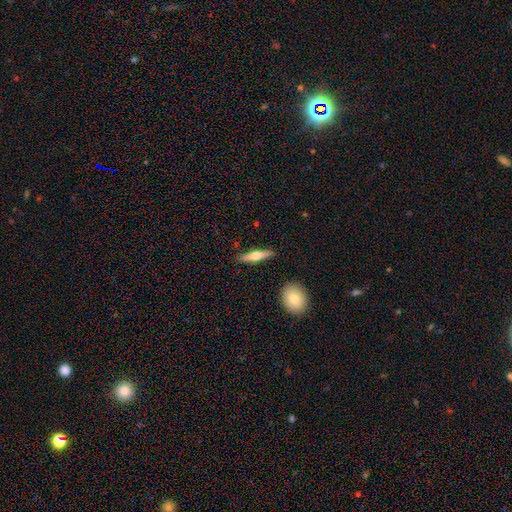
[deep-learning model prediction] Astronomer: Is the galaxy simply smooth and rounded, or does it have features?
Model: featured or disk — 51% (runner-up: smooth, 43%).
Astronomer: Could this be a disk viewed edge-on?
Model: yes — 95%.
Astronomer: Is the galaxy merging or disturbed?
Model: none — 90%.